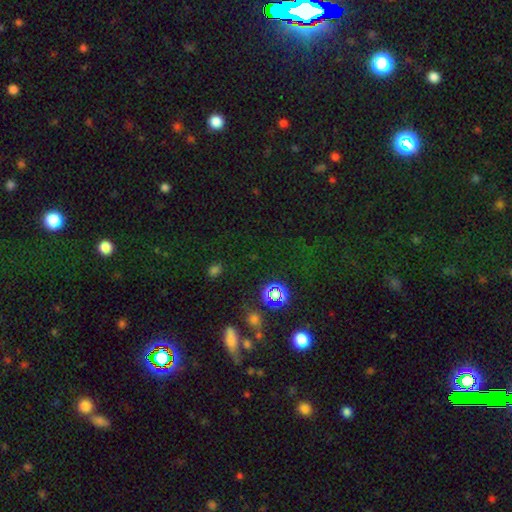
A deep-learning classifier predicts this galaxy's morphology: Smooth or featured? Predicted: star or artifact (p=0.68).